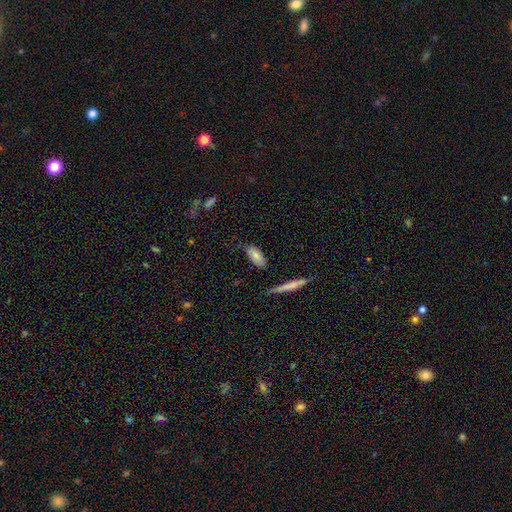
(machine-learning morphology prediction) smooth_or_featured: smooth (p=0.75) [alt: featured or disk p=0.18]
how_rounded: in between (p=0.84) [alt: cigar-shaped p=0.13]
merging: none (p=0.67) [alt: minor disturbance p=0.23]